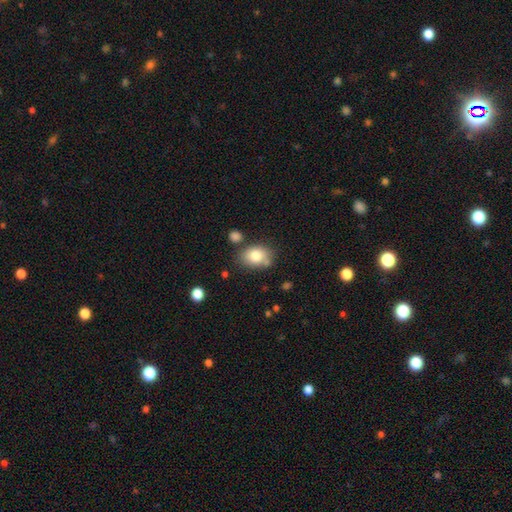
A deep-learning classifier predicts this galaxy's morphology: A smooth galaxy with no disk features (80%) that is in between round and cigar-shaped (71%).

Vote fractions:
- Smooth or featured? smooth: 80% / featured or disk: 11% / star or artifact: 8%
- How rounded? in between: 71% / round: 28% / cigar-shaped: 1%
- Merging? none: 68% / minor disturbance: 18% / merger: 9% / major disturbance: 5%